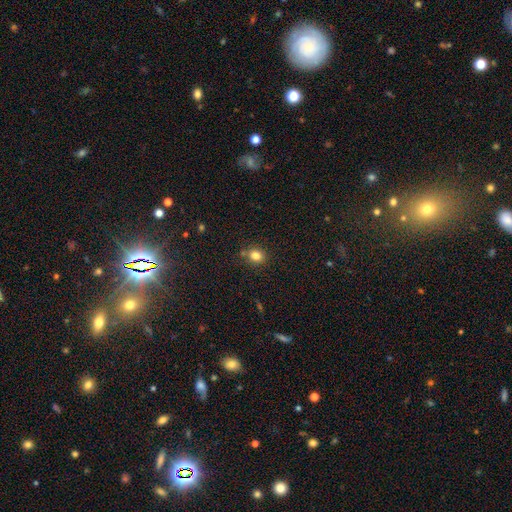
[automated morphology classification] A smooth galaxy with no disk features (82%) that is round (62%).

Vote fractions:
- Smooth or featured? smooth: 82% / star or artifact: 12% / featured or disk: 6%
- How rounded? round: 62% / in between: 37% / cigar-shaped: 1%
- Merging? none: 76% / minor disturbance: 13% / merger: 8% / major disturbance: 3%